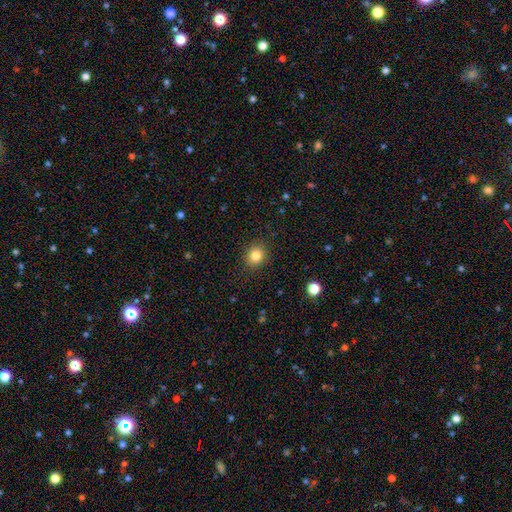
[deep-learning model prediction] smooth-or-featured: smooth: 83% | star or artifact: 11% | featured or disk: 6%
  how-rounded: round: 75% | in between: 24% | cigar-shaped: 1%
  merging: none: 89% | minor disturbance: 8% | major disturbance: 2% | merger: 1%